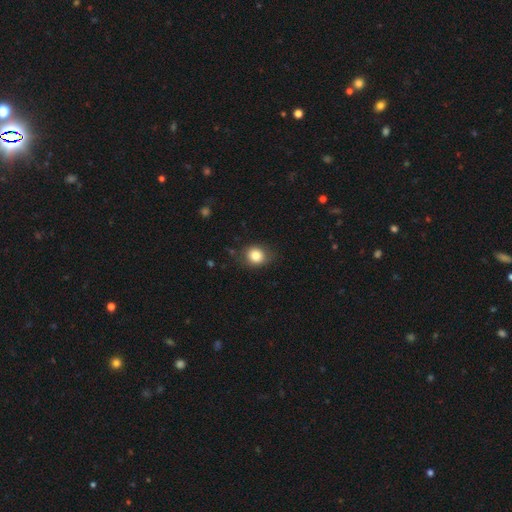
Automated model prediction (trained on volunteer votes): Smooth or featured: smooth — 82% (star or artifact — 10%)
How rounded: round — 70% (in between — 29%)
Merging: none — 78% (minor disturbance — 16%)